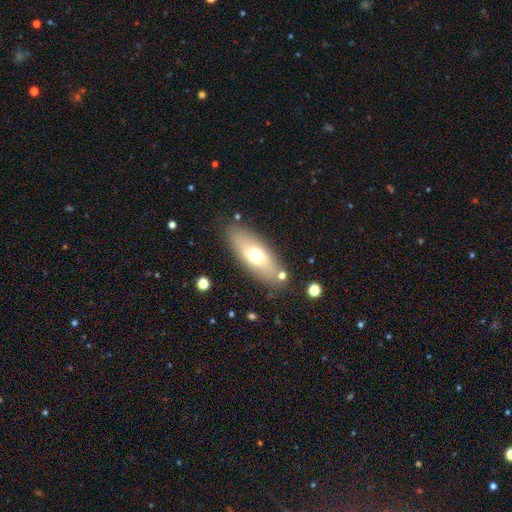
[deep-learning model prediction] smooth-or-featured: smooth: 62% | featured or disk: 30% | star or artifact: 8%
  how-rounded: in between: 75% | cigar-shaped: 22% | round: 4%
  merging: none: 81% | minor disturbance: 11% | major disturbance: 4% | merger: 4%